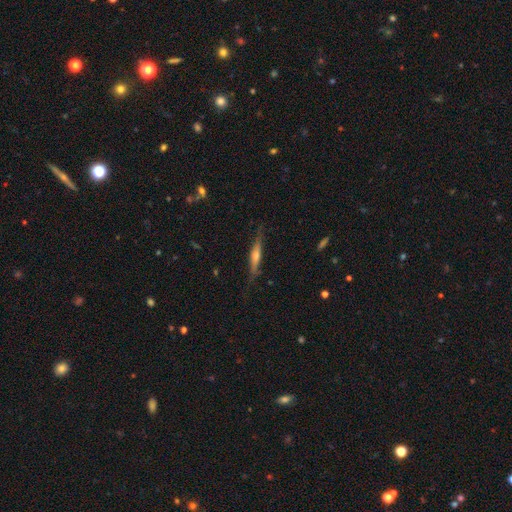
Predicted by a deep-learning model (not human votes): Overall: featured or disk (67%). Edge-on disk: yes (95%). Edge-on bulge: rounded (76%). Merging: none (82%).